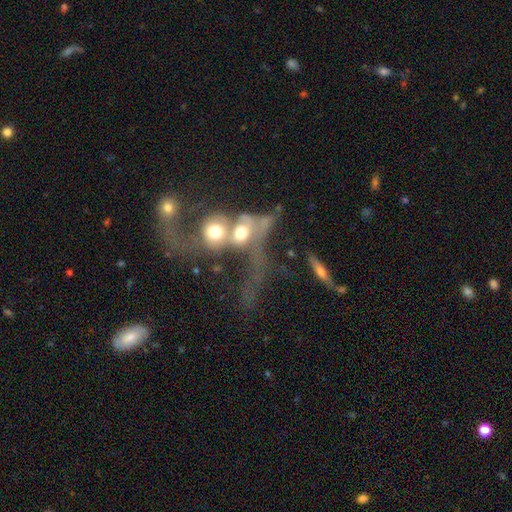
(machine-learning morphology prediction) A featured or disk galaxy (58%) with no bar (75%), spiral arms (52%) and a moderate central bulge (51%). Merging: merger (70%).